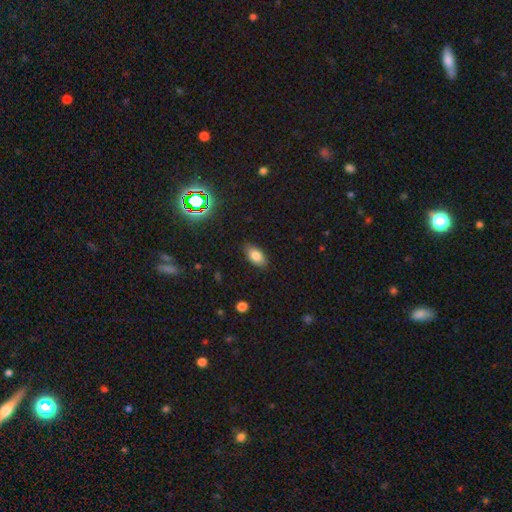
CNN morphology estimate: smooth 81%, star or artifact 10%, featured or disk 9%. Down the decision tree: how rounded — in between (91%); merging — none (86%).